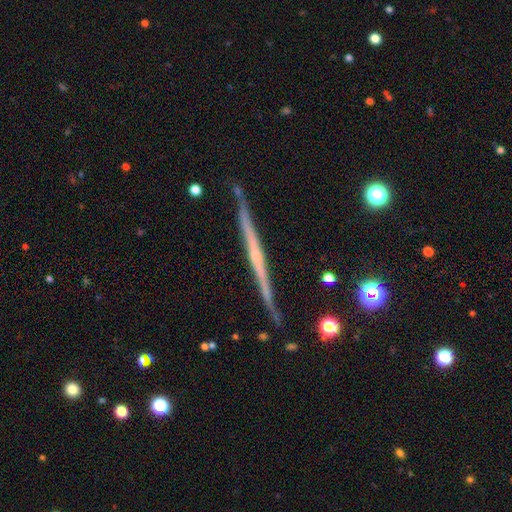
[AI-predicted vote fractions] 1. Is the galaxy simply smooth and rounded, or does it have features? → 80% featured or disk, 14% smooth, 6% star or artifact.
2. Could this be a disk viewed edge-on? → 98% yes, 2% no.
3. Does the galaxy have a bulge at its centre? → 53% none, 41% rounded, 6% boxy.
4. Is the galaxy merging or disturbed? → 90% none, 8% minor disturbance, 2% merger, 1% major disturbance.